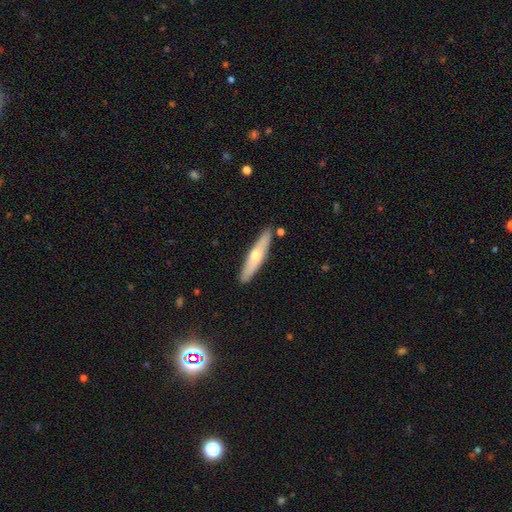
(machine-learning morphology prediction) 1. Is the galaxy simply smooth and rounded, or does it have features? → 47% featured or disk (tied), 47% smooth (tied), 6% star or artifact.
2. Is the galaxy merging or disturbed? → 87% none, 9% minor disturbance, 2% merger, 2% major disturbance.